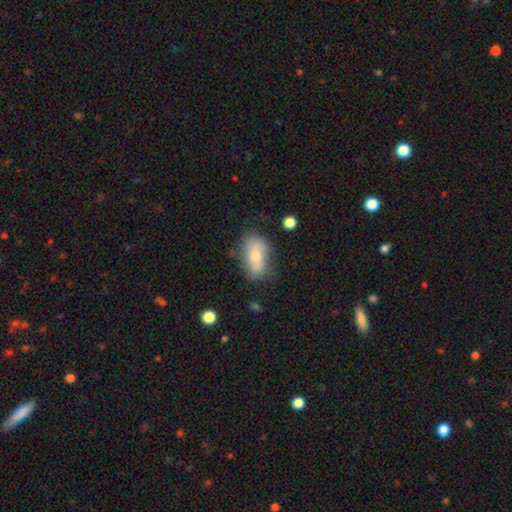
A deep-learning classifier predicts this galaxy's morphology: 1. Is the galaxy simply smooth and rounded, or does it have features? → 64% smooth, 28% featured or disk, 8% star or artifact.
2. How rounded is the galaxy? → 87% in between, 9% round, 4% cigar-shaped.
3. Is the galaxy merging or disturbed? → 63% none, 25% minor disturbance, 9% major disturbance, 4% merger.